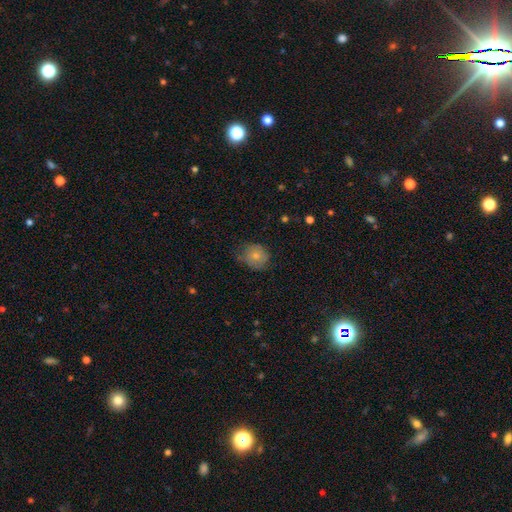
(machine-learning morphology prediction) A smooth galaxy with no disk features (78%) that is round (69%).

Vote fractions:
- Smooth or featured? smooth: 78% / featured or disk: 14% / star or artifact: 8%
- How rounded? round: 69% / in between: 30% / cigar-shaped: 1%
- Merging? none: 59% / minor disturbance: 31% / major disturbance: 9% / merger: 1%